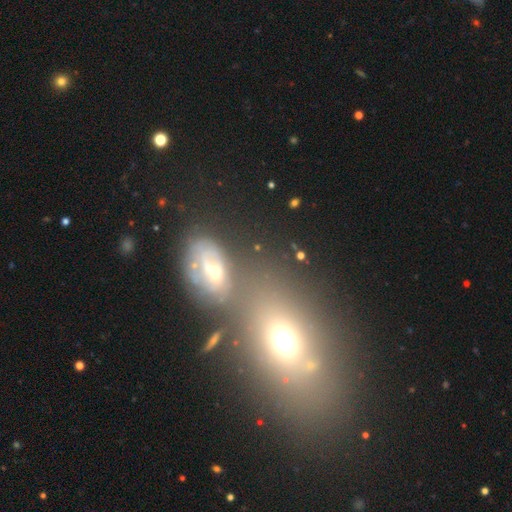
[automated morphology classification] smooth 45%, featured or disk 29%, star or artifact 25%. Down the decision tree: merging — merger (50%).